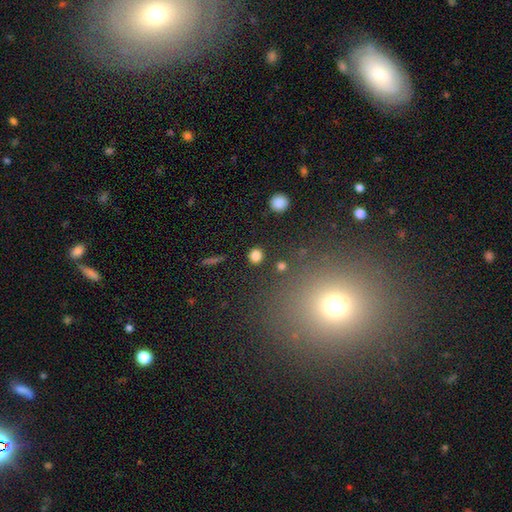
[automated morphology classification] type=smooth (83%); roundness=round (89%); merging=none (89%).